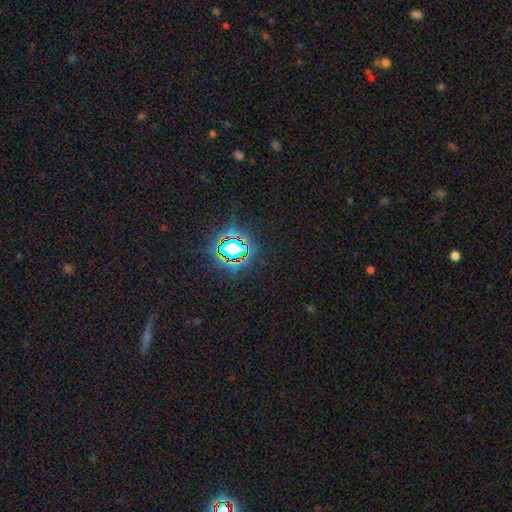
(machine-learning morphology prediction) Q: Smooth or featured?
A: star or artifact (81%); runner-up: smooth (12%)